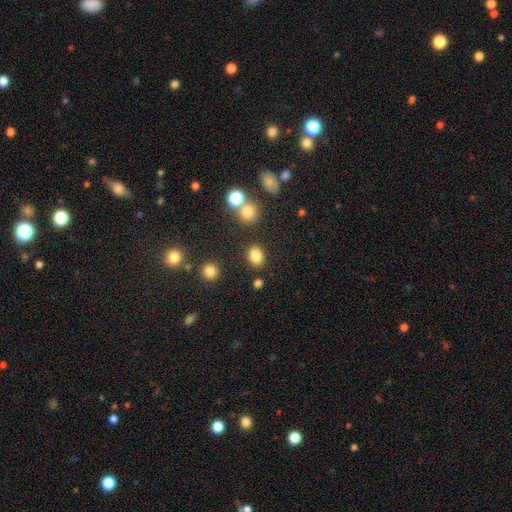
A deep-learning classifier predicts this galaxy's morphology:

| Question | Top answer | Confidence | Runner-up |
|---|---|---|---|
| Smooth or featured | smooth | 83% | star or artifact (12%) |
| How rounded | in between | 69% | round (30%) |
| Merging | none | 82% | minor disturbance (10%) |